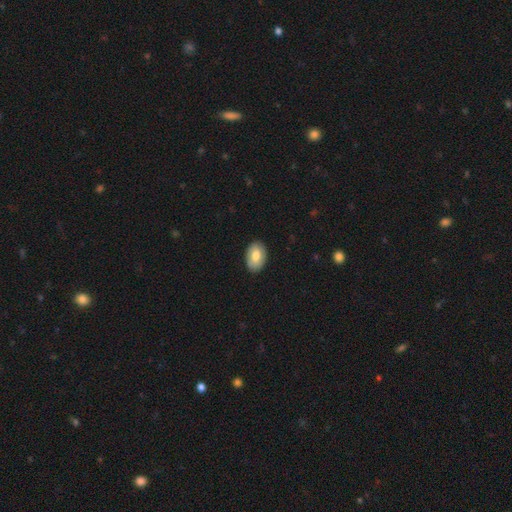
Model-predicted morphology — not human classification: smooth 72%, featured or disk 21%, star or artifact 6%. Down the decision tree: how rounded — in between (89%); merging — none (86%).